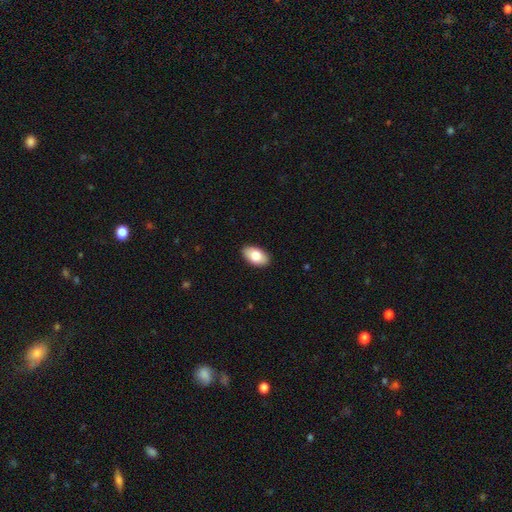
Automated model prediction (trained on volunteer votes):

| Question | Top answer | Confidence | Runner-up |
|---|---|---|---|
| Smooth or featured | smooth | 80% | featured or disk (14%) |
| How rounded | in between | 94% | round (4%) |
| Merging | none | 89% | minor disturbance (8%) |